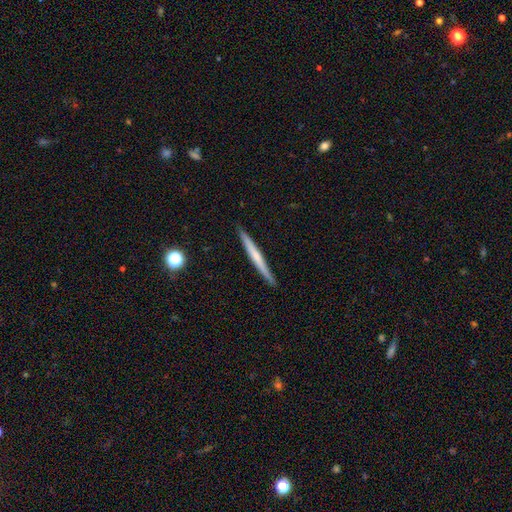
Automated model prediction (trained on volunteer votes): Smooth or featured? featured or disk (49%)
Merging? none (91%)